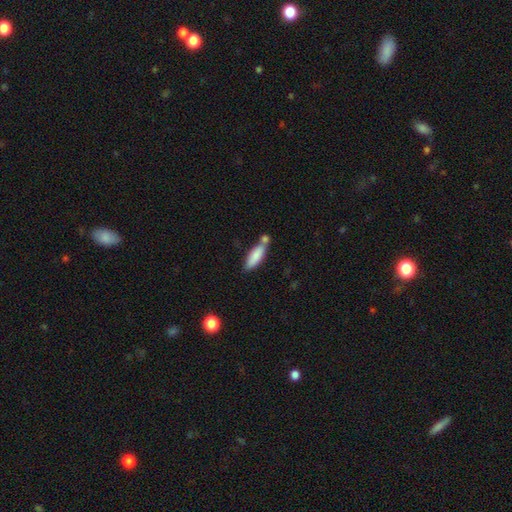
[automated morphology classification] smooth_or_featured: smooth (p=0.82) [alt: featured or disk p=0.11]
how_rounded: in between (p=0.53) [alt: cigar-shaped p=0.45]
merging: none (p=0.45) [alt: merger p=0.35]